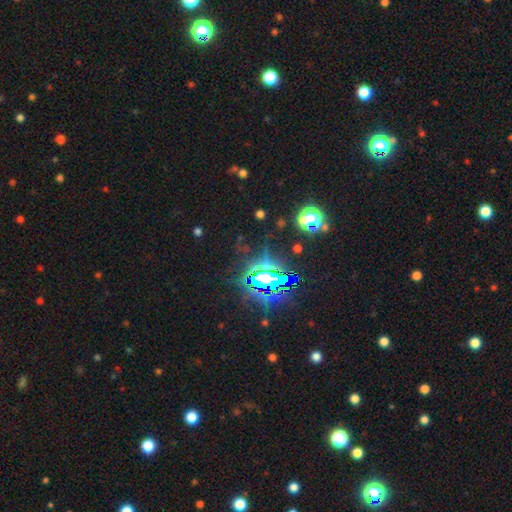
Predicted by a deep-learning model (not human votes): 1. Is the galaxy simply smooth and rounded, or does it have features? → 85% star or artifact, 9% smooth, 7% featured or disk.